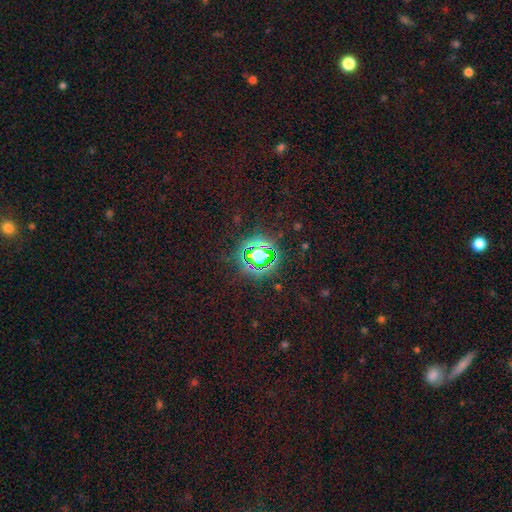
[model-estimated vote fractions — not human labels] Smooth or featured?
  - star or artifact: 74% *
  - smooth: 17%
  - featured or disk: 9%